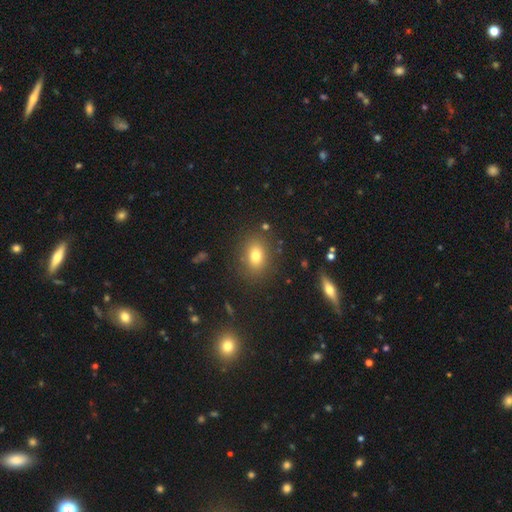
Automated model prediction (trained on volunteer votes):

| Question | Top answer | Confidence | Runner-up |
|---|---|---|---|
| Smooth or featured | smooth | 77% | star or artifact (12%) |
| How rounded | in between | 68% | round (31%) |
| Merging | none | 84% | minor disturbance (10%) |